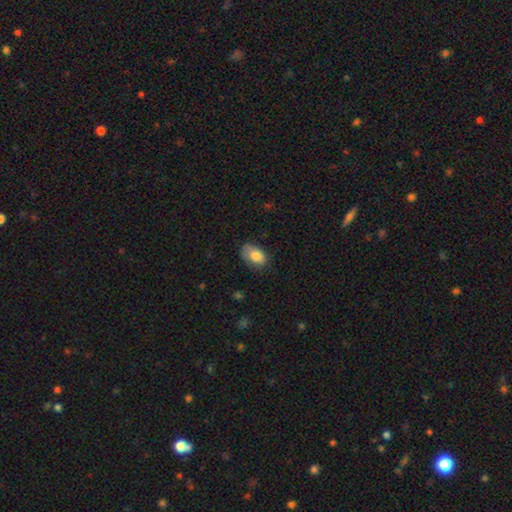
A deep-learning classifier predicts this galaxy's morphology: The model was most divided on "merging": none: 58%, minor disturbance: 31%, major disturbance: 10%, merger: 2%. More confident: how rounded — in between (89%); smooth or featured — smooth (79%).